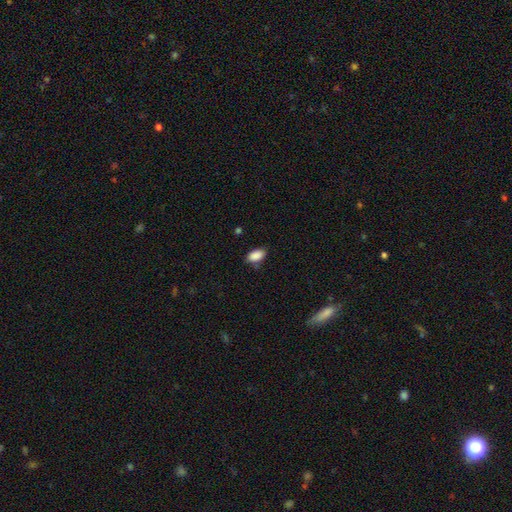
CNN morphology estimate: Smooth or featured? smooth (89%)
How rounded? in between (93%)
Merging? none (76%)